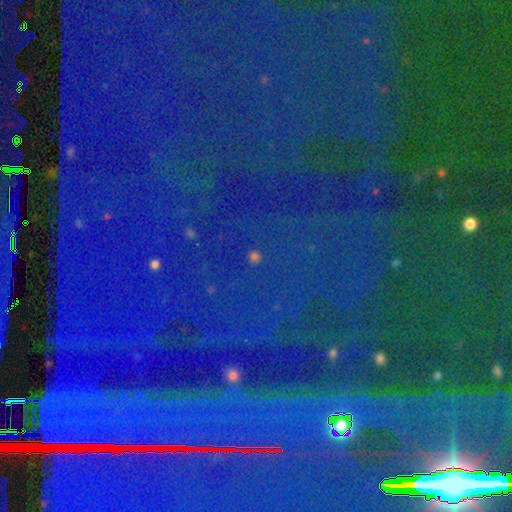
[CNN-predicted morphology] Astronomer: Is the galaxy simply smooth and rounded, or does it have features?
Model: star or artifact — 84%.